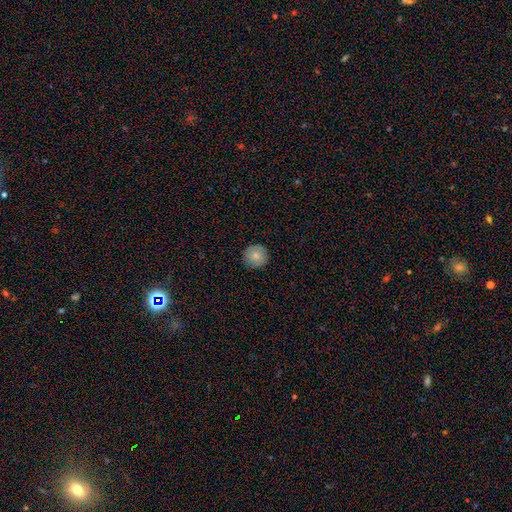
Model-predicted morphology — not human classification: type=smooth (83%); roundness=round (96%); merging=none (91%).